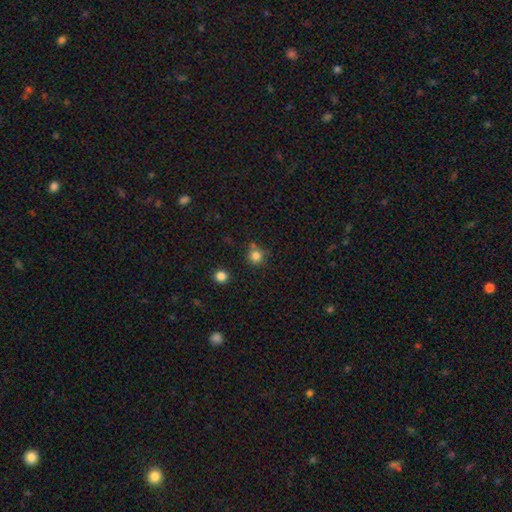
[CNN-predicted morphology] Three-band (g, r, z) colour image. It shows a smooth galaxy with no disk features (81%) that is round (92%). Merging: none (72%).